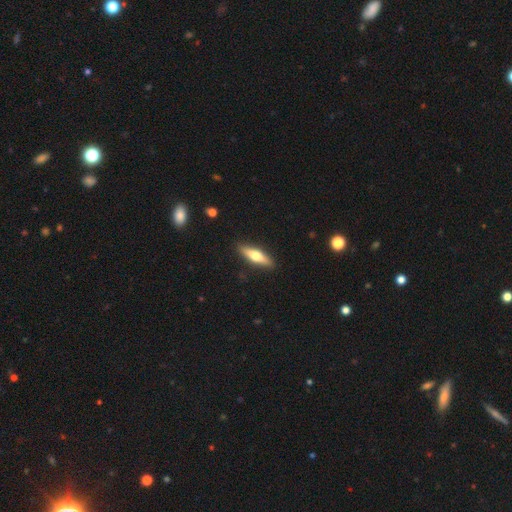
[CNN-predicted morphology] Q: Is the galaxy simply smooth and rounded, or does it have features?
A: smooth — 52%.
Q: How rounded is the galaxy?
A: cigar-shaped — 64%.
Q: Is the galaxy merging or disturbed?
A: none — 89%.